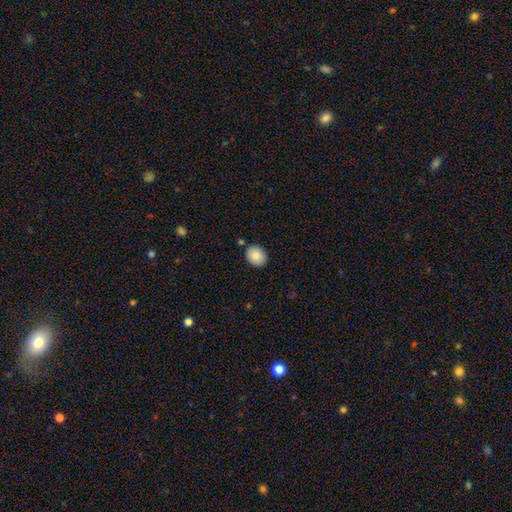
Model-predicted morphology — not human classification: Smooth or featured: smooth — 86% (star or artifact — 8%)
How rounded: round — 52% (in between — 47%)
Merging: none — 84% (minor disturbance — 10%)